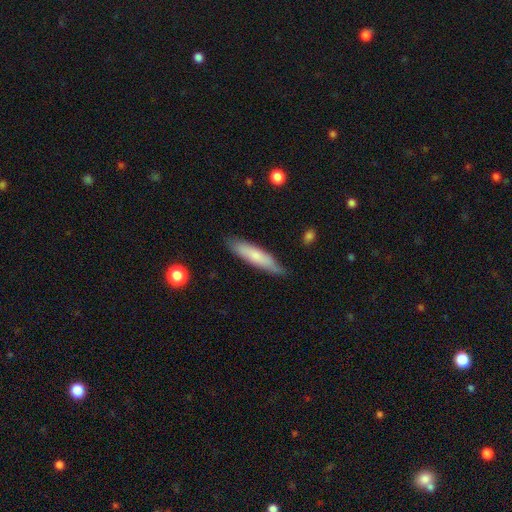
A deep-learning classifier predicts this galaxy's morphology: smooth 69%, featured or disk 25%, star or artifact 6%. Down the decision tree: how rounded — cigar-shaped (80%); merging — none (80%).